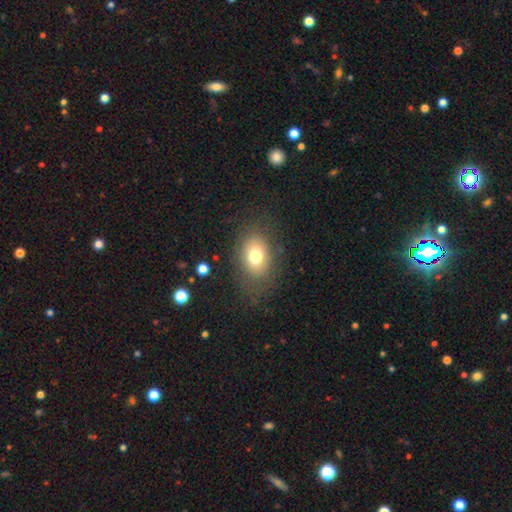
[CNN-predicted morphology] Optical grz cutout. It shows a smooth galaxy with no disk features (72%) that is in between round and cigar-shaped (74%). Merging: none (76%).